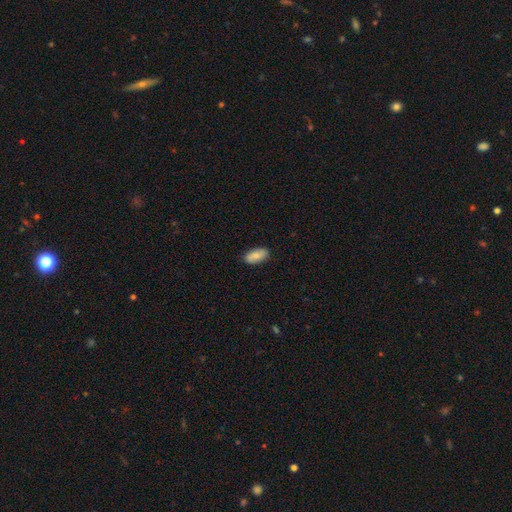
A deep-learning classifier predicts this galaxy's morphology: The model was most divided on "smooth or featured": smooth: 80%, featured or disk: 14%, star or artifact: 6%. More confident: how rounded — in between (90%); merging — none (86%).